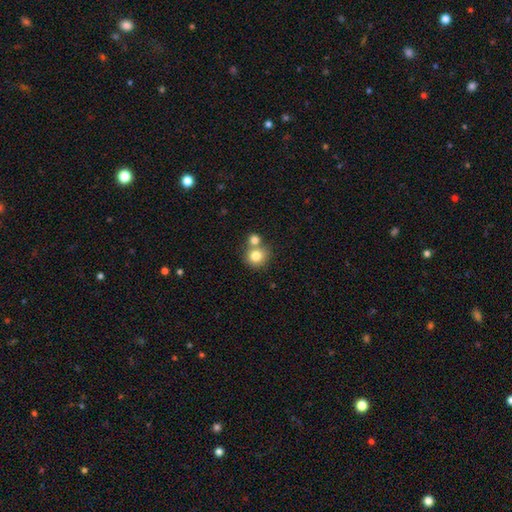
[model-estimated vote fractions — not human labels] Smooth or featured? Predicted: smooth (p=0.79). How rounded? Predicted: round (p=0.87). Merging? Predicted: none (p=0.50).